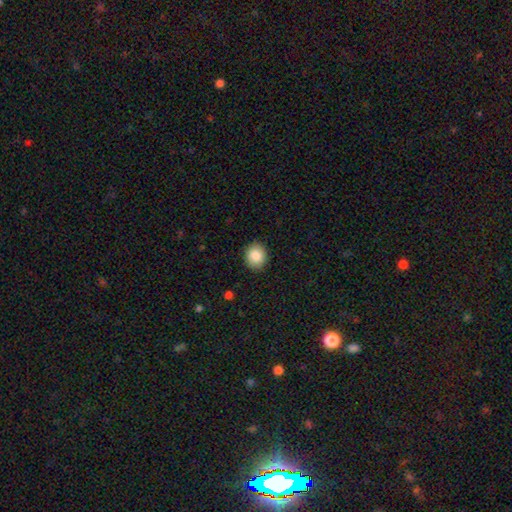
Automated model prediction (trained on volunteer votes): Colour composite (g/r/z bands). It shows a smooth galaxy with no disk features (87%) that is round (67%). Merging: none (90%).